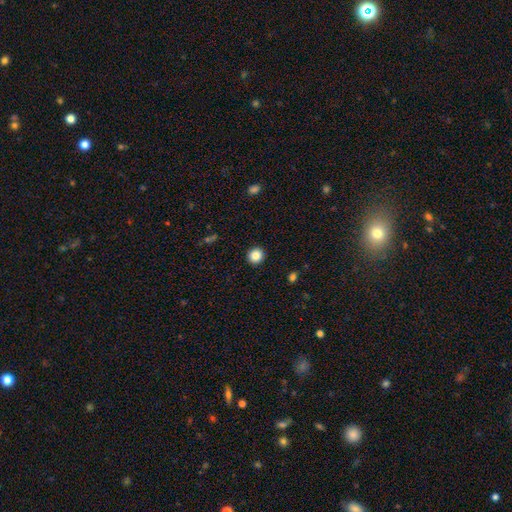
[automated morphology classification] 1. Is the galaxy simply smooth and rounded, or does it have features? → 85% smooth, 10% star or artifact, 5% featured or disk.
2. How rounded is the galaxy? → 93% round, 6% in between, 1% cigar-shaped.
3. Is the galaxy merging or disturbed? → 93% none, 5% minor disturbance, 2% major disturbance, 1% merger.